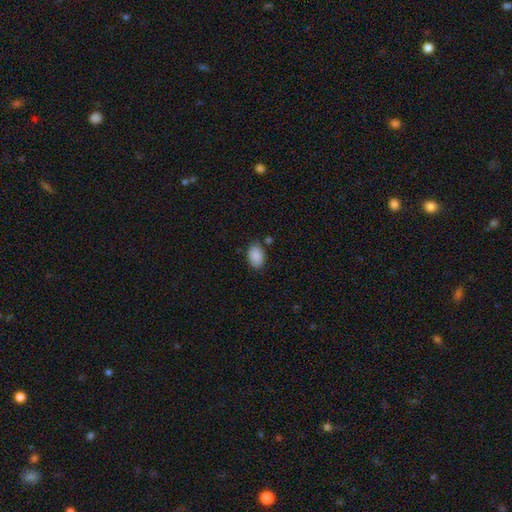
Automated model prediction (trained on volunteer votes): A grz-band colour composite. It shows a smooth galaxy with no disk features (89%) that is in between round and cigar-shaped (85%). Merging: none (77%).